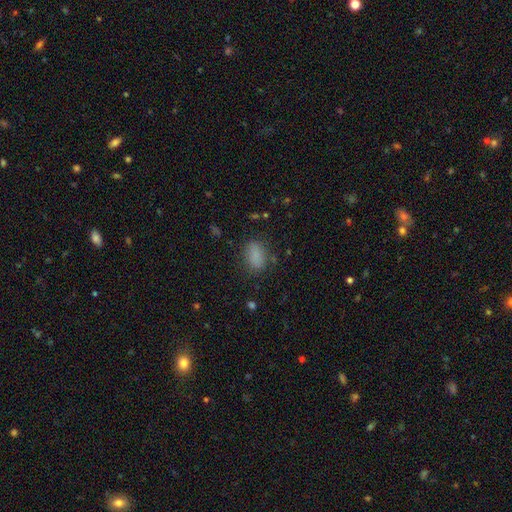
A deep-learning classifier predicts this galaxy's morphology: Q: Smooth or featured?
A: smooth (84%); runner-up: star or artifact (10%)
Q: How rounded?
A: in between (87%); runner-up: round (10%)
Q: Merging?
A: none (80%); runner-up: minor disturbance (14%)